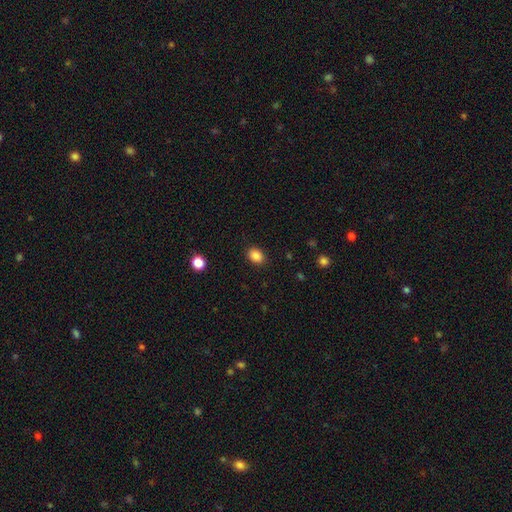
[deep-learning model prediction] Overall: smooth (87%). How rounded: in between (64%; round 35%). Merging: none (88%).